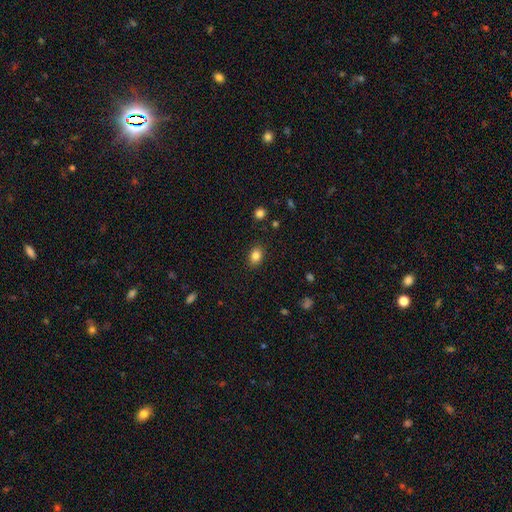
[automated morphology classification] type=smooth (84%); roundness=in between (69%); merging=none (87%).